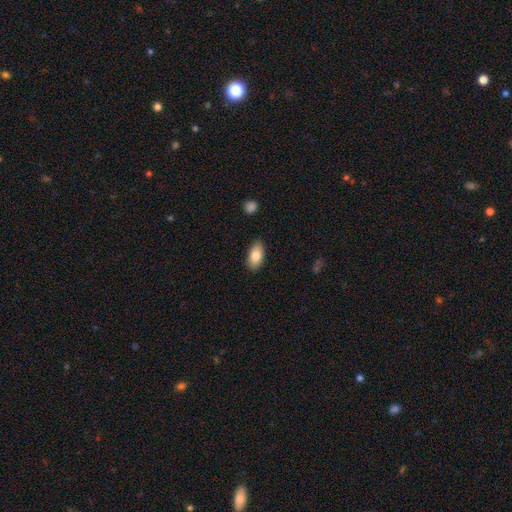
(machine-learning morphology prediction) Smooth or featured?
  - smooth: 82% *
  - featured or disk: 11%
  - star or artifact: 7%
How rounded?
  - in between: 92% *
  - round: 4%
  - cigar-shaped: 4%
Merging?
  - none: 85% *
  - minor disturbance: 11%
  - major disturbance: 2%
  - merger: 1%